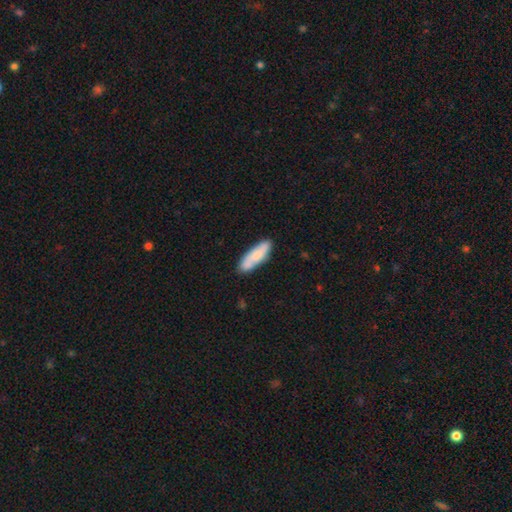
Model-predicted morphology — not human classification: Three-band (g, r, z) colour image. It shows a smooth galaxy with no disk features (74%) that is cigar-shaped (56%). Merging: none (83%).